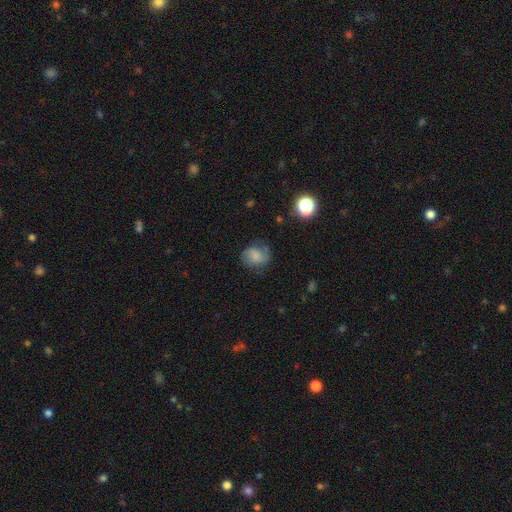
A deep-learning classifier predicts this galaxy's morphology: This is possibly a smooth galaxy (58%). How rounded: likely round (65%). Merging: likely none (66%).